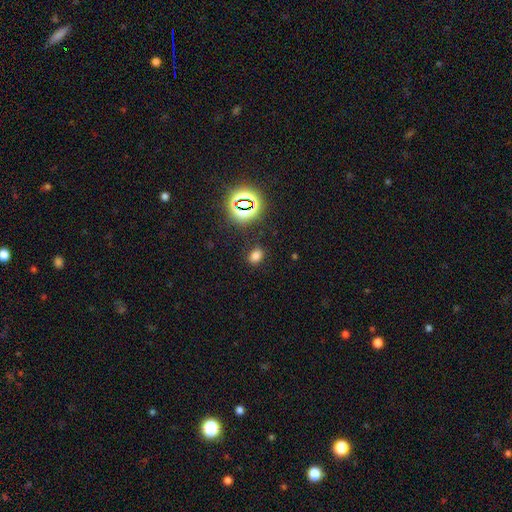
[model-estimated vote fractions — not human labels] This is likely a smooth galaxy (69%). How rounded: likely in between (65%). Merging: clearly none (84%).